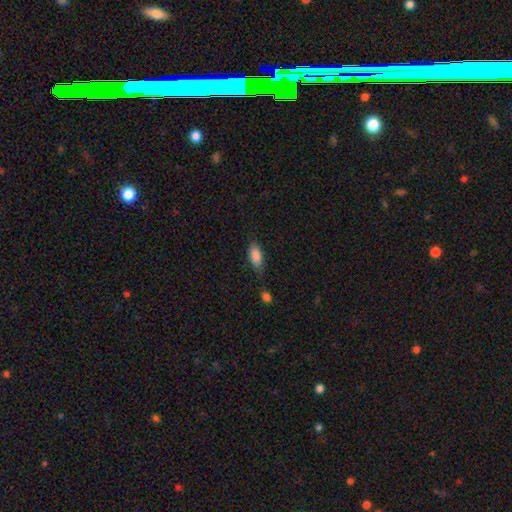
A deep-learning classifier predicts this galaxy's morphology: Overall: smooth (85%). How rounded: in between (83%). Merging: none (69%).